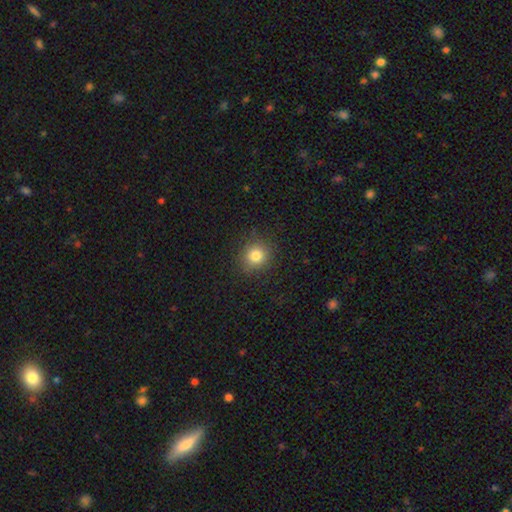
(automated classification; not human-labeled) smooth-or-featured: smooth: 81% | star or artifact: 13% | featured or disk: 6%
  how-rounded: round: 88% | in between: 11% | cigar-shaped: 1%
  merging: none: 88% | minor disturbance: 8% | major disturbance: 3% | merger: 1%